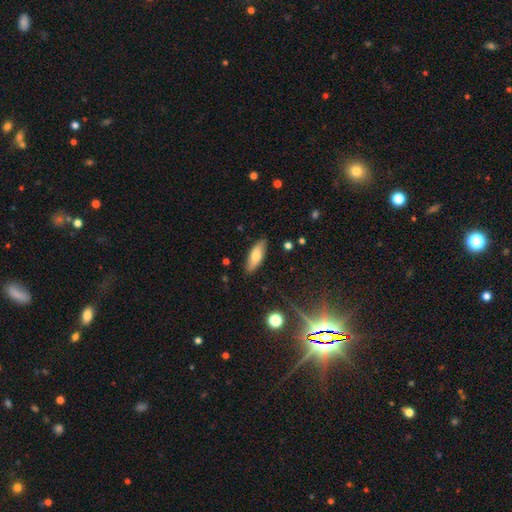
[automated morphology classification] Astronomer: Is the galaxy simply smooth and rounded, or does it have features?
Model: smooth — 70%.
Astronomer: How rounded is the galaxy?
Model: in between — 65%.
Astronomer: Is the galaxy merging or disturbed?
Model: none — 86%.